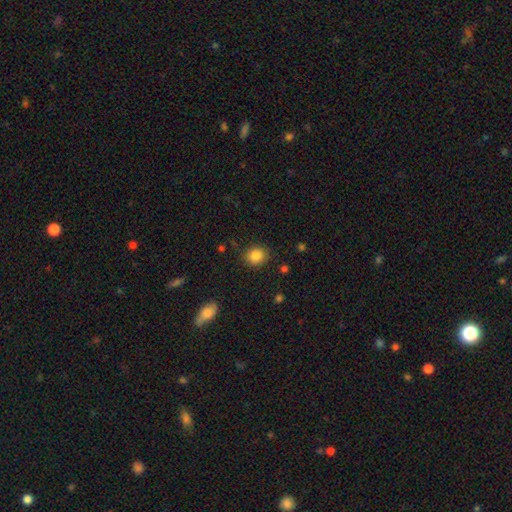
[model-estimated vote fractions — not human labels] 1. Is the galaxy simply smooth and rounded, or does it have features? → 85% smooth, 10% star or artifact, 5% featured or disk.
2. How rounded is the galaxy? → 77% round, 22% in between, 1% cigar-shaped.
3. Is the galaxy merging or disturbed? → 86% none, 10% minor disturbance, 3% major disturbance, 2% merger.